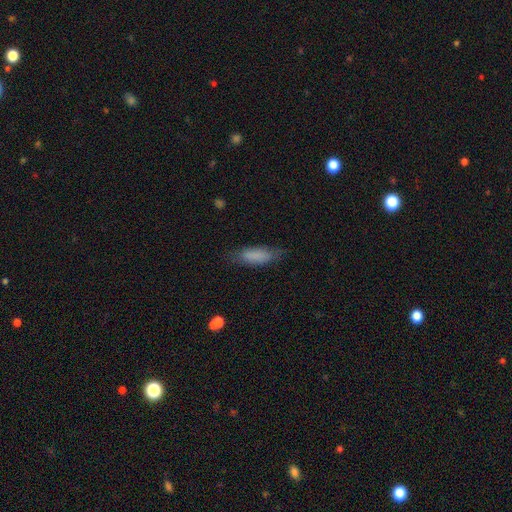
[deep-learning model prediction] smooth_or_featured: smooth (p=0.80) [alt: featured or disk p=0.12]
how_rounded: in between (p=0.57) [alt: cigar-shaped p=0.41]
merging: none (p=0.73) [alt: minor disturbance p=0.20]